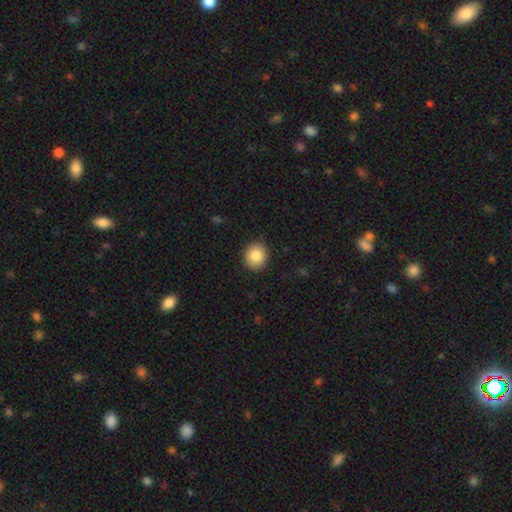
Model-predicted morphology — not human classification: smooth_or_featured: smooth (p=0.85) [alt: star or artifact p=0.08]
how_rounded: round (p=0.86) [alt: in between p=0.13]
merging: none (p=0.89) [alt: minor disturbance p=0.08]